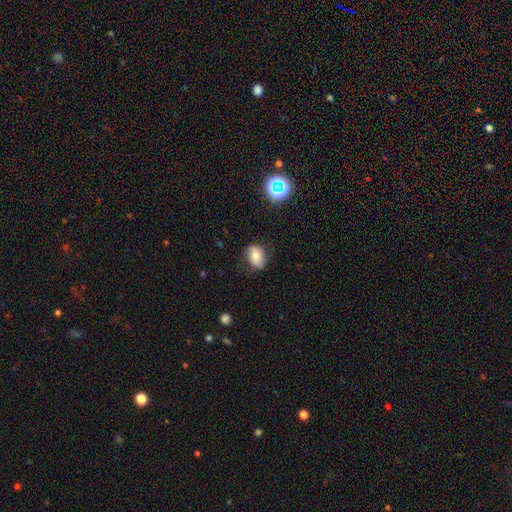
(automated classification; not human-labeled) smooth_or_featured: smooth (p=0.65) [alt: featured or disk p=0.24]
how_rounded: in between (p=0.71) [alt: round p=0.27]
merging: none (p=0.76) [alt: minor disturbance p=0.18]